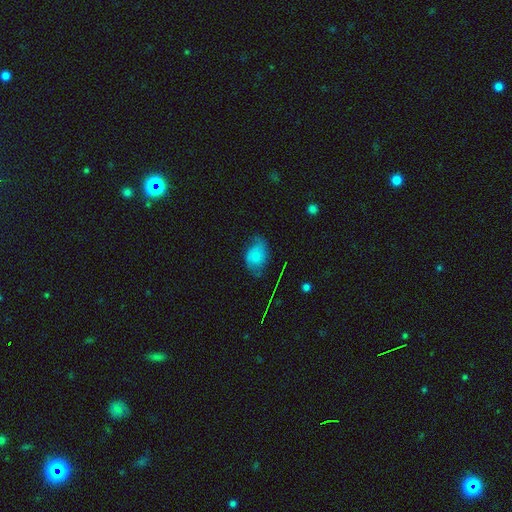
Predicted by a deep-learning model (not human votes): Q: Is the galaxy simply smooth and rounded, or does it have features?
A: smooth — 54%.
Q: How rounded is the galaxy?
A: in between — 78%.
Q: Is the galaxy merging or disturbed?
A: none — 53%.